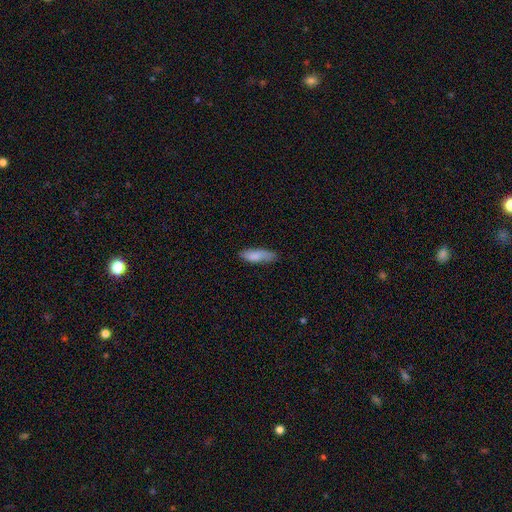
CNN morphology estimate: smooth 82%, featured or disk 12%, star or artifact 6%. Down the decision tree: how rounded — in between (56%); merging — none (64%).